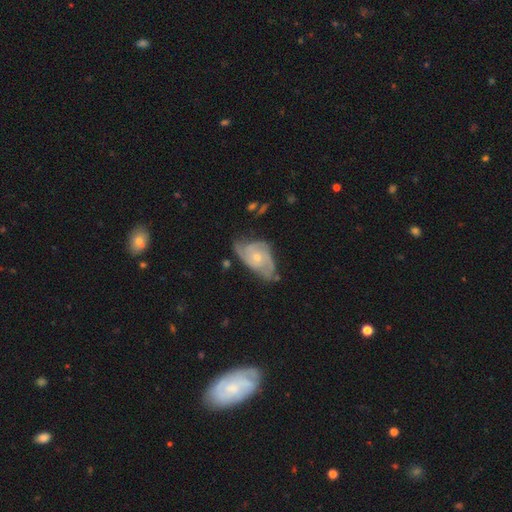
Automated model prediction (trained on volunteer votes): smooth-or-featured: featured or disk: 80% | smooth: 14% | star or artifact: 6%
  disk-edge-on: no: 97% | yes: 3%
    bar: no: 73% | weak: 24% | strong: 4%
    has-spiral-arms: yes: 93% | no: 7%
      spiral-winding: medium: 45% | tight: 36% | loose: 18%
      spiral-arm-count: 2: 37% | 3: 33% | can't tell: 17% | 4: 6% | 1: 4% | more than 4: 3%
    bulge-size: small: 55% | moderate: 41% | none: 2% | large: 1% | dominant: 1%
  merging: none: 53% | minor disturbance: 31% | major disturbance: 14% | merger: 3%